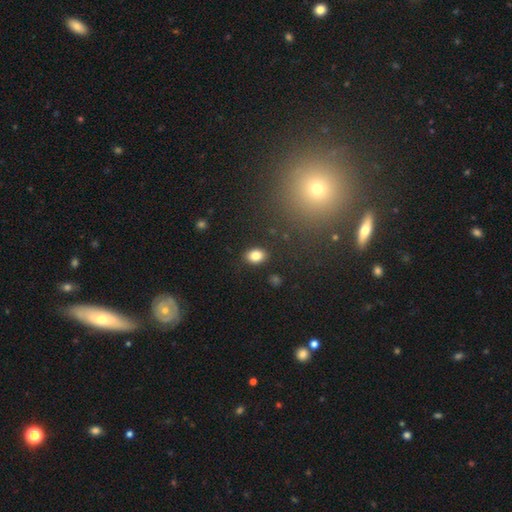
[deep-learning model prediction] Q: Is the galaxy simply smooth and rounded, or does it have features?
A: smooth — 84%.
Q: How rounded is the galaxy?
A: in between — 73%.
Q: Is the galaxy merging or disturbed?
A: none — 88%.